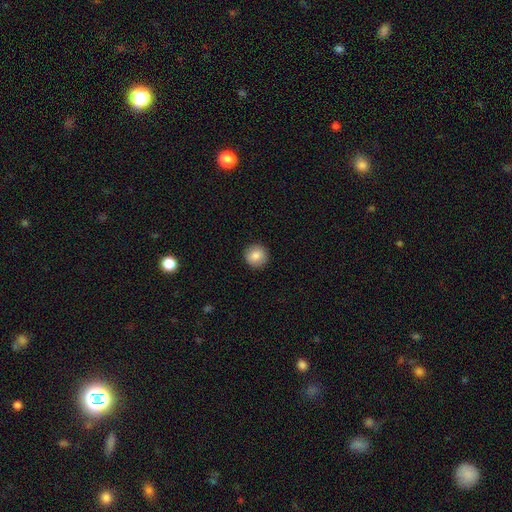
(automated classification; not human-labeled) smooth 86%, star or artifact 8%, featured or disk 6%. Down the decision tree: how rounded — round (95%); merging — none (92%).